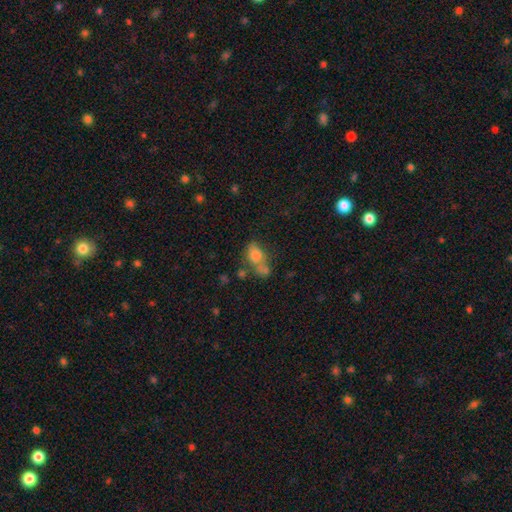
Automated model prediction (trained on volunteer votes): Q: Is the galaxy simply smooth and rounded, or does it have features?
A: smooth — 70%.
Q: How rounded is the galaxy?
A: in between — 71%.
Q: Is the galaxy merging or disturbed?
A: merger — 43%.